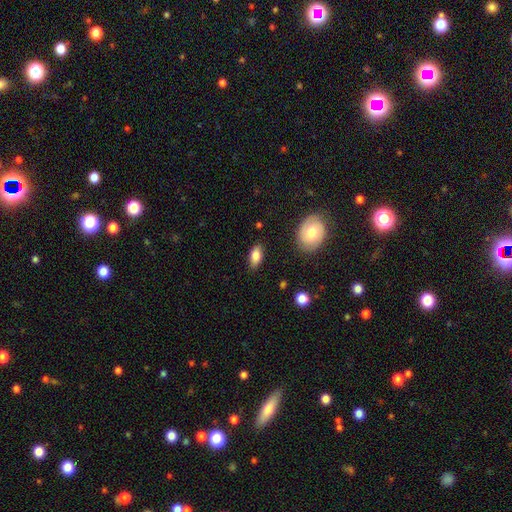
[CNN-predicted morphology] This is clearly a smooth galaxy (80%). How rounded: clearly in between (89%). Merging: clearly none (84%).